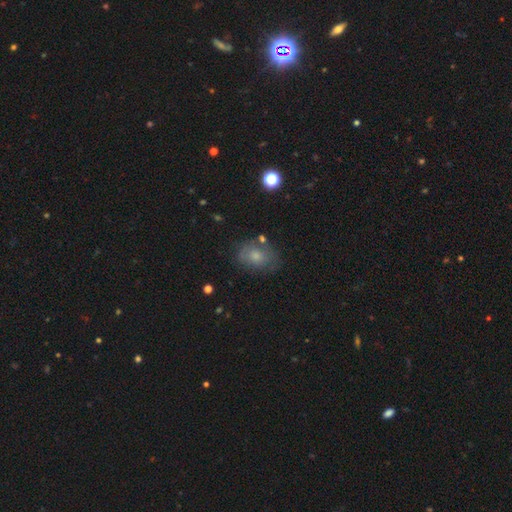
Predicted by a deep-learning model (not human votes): This is likely a smooth galaxy (68%). How rounded: likely in between (68%). Merging: likely none (68%).